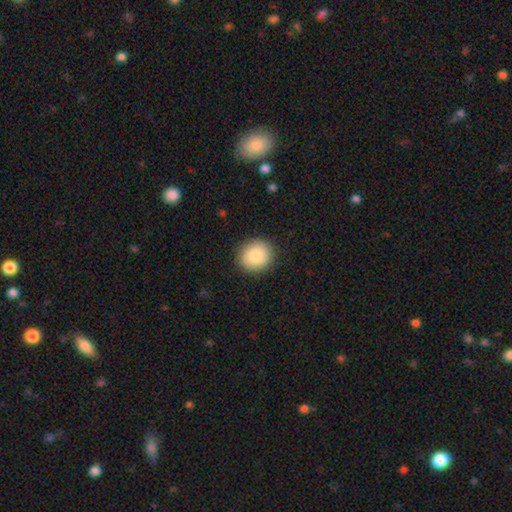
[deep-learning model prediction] Morphology: type=smooth (87%); roundness=round (84%); merging=none (89%).